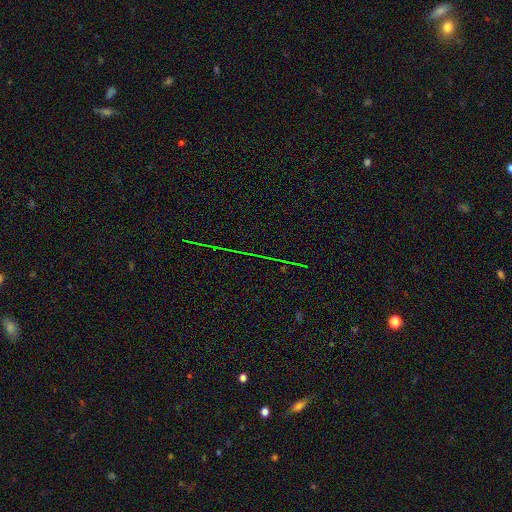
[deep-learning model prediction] Q: Smooth or featured?
A: star or artifact (76%); runner-up: smooth (13%)